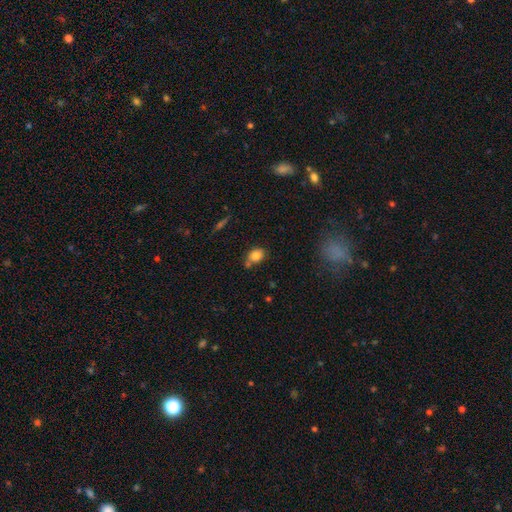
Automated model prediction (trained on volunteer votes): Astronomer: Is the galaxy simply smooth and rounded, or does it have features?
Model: smooth — 81%.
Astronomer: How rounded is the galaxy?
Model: in between — 57% (runner-up: round, 41%).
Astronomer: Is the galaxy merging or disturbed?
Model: none — 58%.